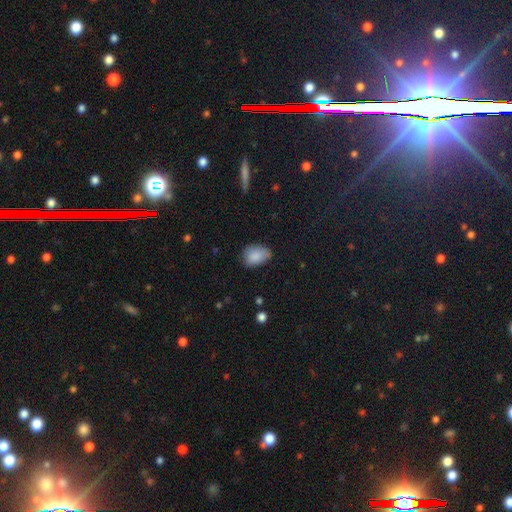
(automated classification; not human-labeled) This appears to be a smooth galaxy with no disk features (86%) that is in between round and cigar-shaped (80%). Merging: none (66%).